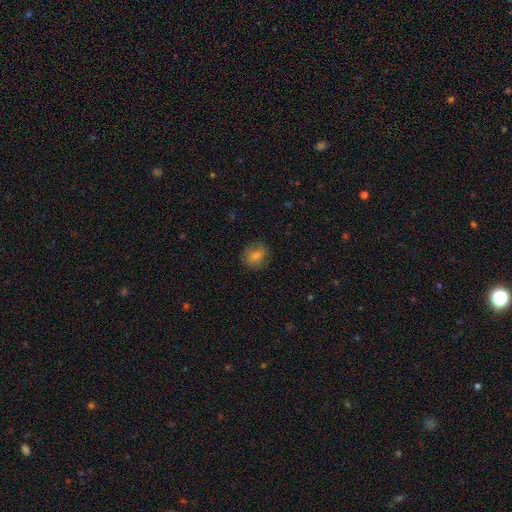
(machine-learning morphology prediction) smooth_or_featured: smooth (p=0.71) [alt: featured or disk p=0.16]
how_rounded: round (p=0.72) [alt: in between p=0.27]
merging: none (p=0.82) [alt: minor disturbance p=0.13]